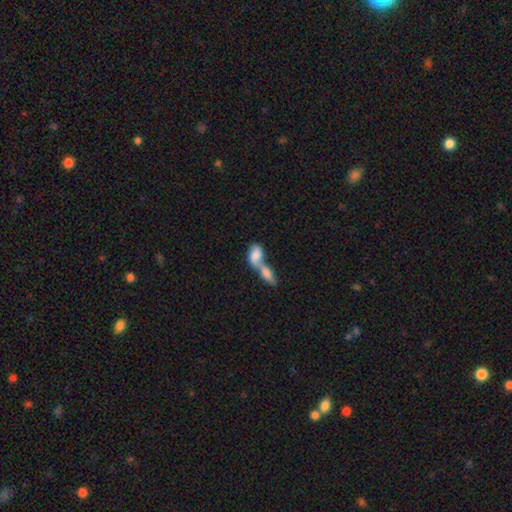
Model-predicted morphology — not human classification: type=smooth (73%); roundness=in between (84%); merging=merger (80%).